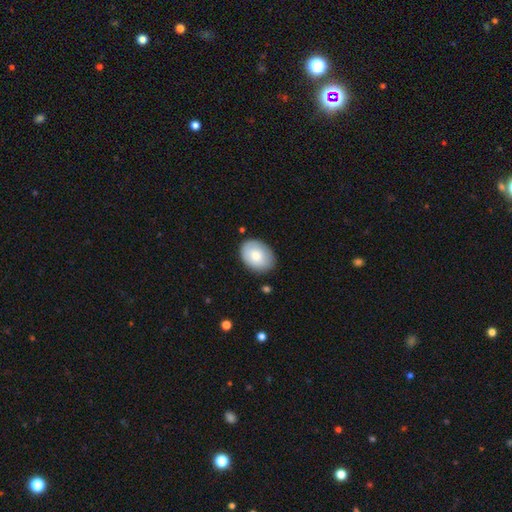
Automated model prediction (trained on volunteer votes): A smooth galaxy with no disk features (79%) that is in between round and cigar-shaped (72%).

Vote fractions:
- Smooth or featured? smooth: 79% / featured or disk: 15% / star or artifact: 6%
- How rounded? in between: 72% / round: 27% / cigar-shaped: 1%
- Merging? none: 82% / minor disturbance: 13% / major disturbance: 3% / merger: 2%